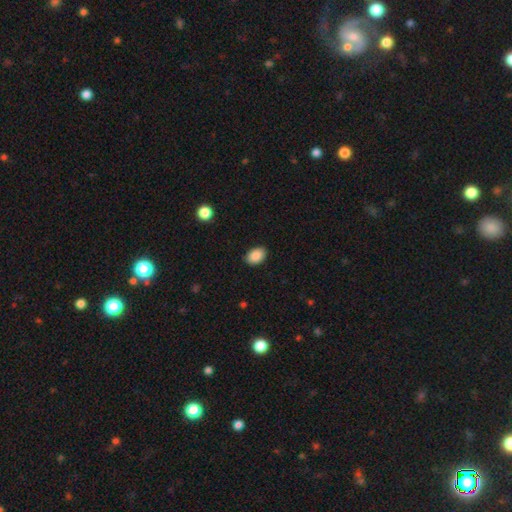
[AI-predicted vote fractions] Smooth or featured? Predicted: smooth (p=0.89). How rounded? Predicted: in between (p=0.82). Merging? Predicted: none (p=0.88).